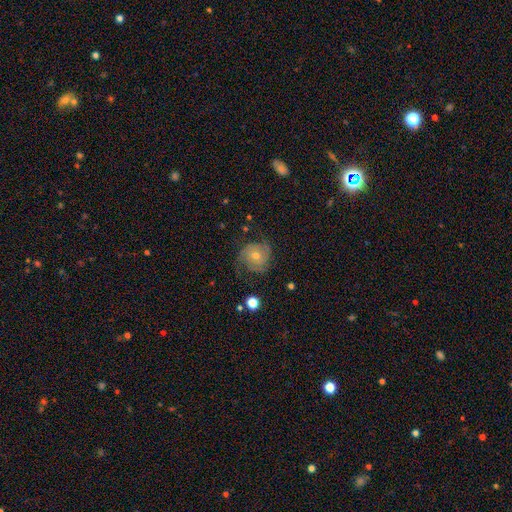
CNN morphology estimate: This appears to be a featured or disk galaxy (72%) with no bar (81%), 2 (38%) tight (54%) spiral arms (92%) and a small central bulge (48%, tied with moderate). Merging: none (70%).